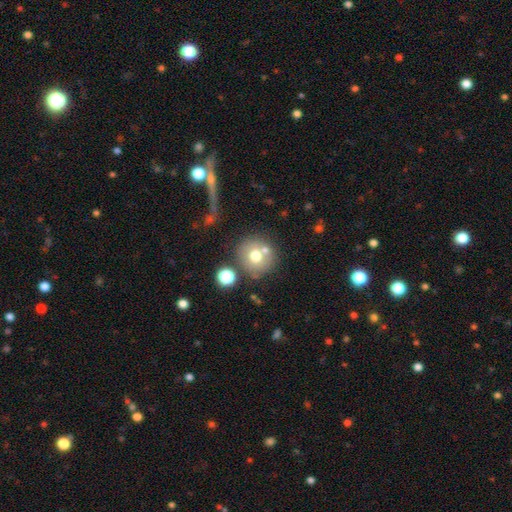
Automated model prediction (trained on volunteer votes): Smooth or featured?
  - smooth: 67% *
  - featured or disk: 20%
  - star or artifact: 13%
How rounded?
  - round: 92% *
  - in between: 7%
  - cigar-shaped: 1%
Merging?
  - none: 68% *
  - merger: 16%
  - minor disturbance: 11%
  - major disturbance: 5%